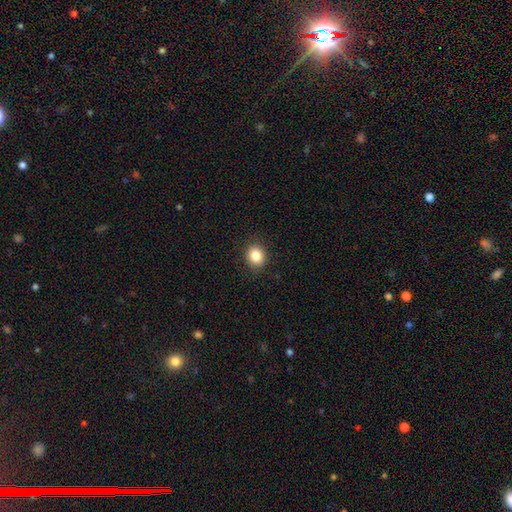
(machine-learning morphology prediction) smooth_or_featured: smooth (p=0.85) [alt: star or artifact p=0.10]
how_rounded: round (p=0.69) [alt: in between p=0.30]
merging: none (p=0.90) [alt: minor disturbance p=0.07]